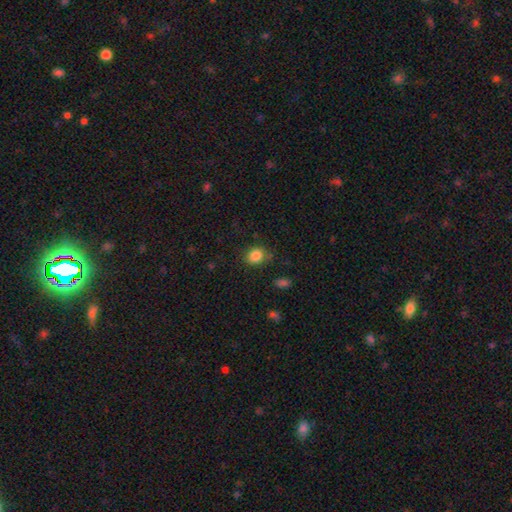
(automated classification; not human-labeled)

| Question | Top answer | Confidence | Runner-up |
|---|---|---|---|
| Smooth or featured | smooth | 85% | star or artifact (10%) |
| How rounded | round | 60% | in between (39%) |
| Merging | none | 80% | minor disturbance (13%) |